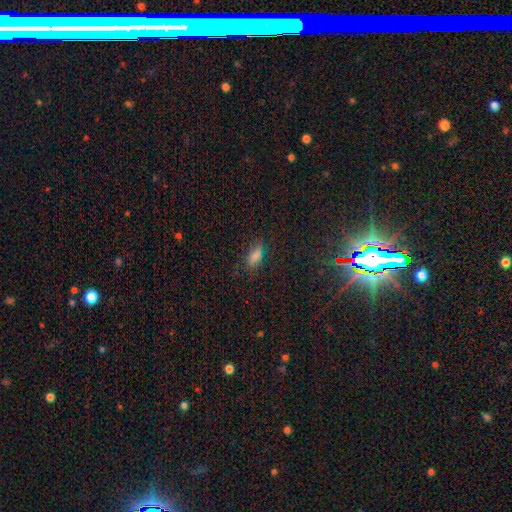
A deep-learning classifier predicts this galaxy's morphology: Smooth or featured? smooth (69%)
How rounded? in between (79%)
Merging? none (74%)